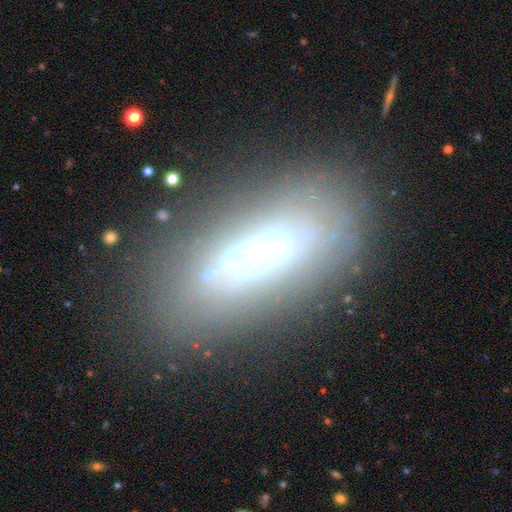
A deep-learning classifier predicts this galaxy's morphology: smooth_or_featured: featured or disk (p=0.56) [alt: smooth p=0.28]
disk_edge_on: no (p=0.55) [alt: yes p=0.45]
merging: none (p=0.68) [alt: minor disturbance p=0.16]